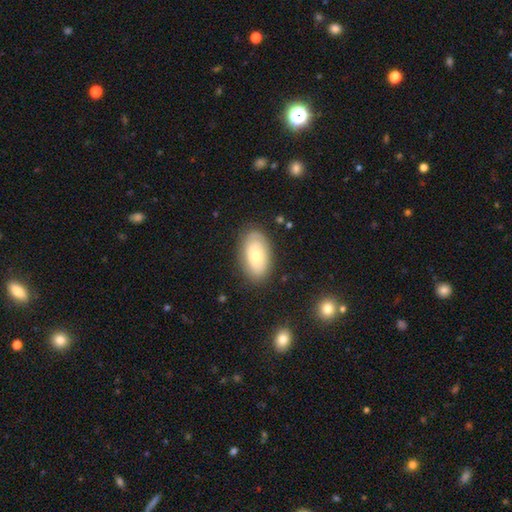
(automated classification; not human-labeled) smooth_or_featured: smooth (p=0.66) [alt: featured or disk p=0.27]
how_rounded: in between (p=0.93) [alt: round p=0.05]
merging: none (p=0.81) [alt: minor disturbance p=0.13]